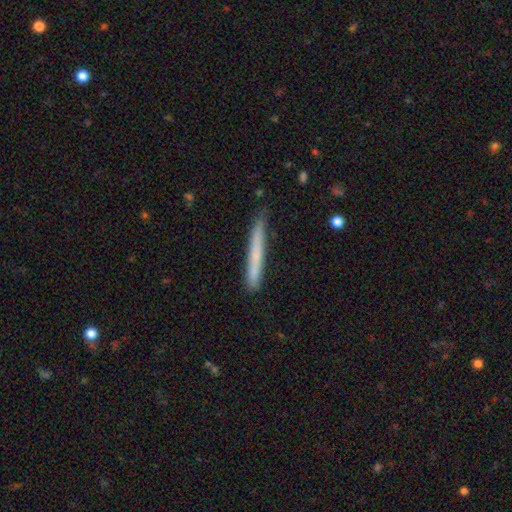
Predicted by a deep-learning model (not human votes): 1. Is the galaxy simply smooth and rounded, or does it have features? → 67% smooth, 27% featured or disk, 6% star or artifact.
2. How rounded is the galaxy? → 97% cigar-shaped, 2% in between, 1% round.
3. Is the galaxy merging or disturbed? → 83% none, 13% minor disturbance, 2% major disturbance, 2% merger.